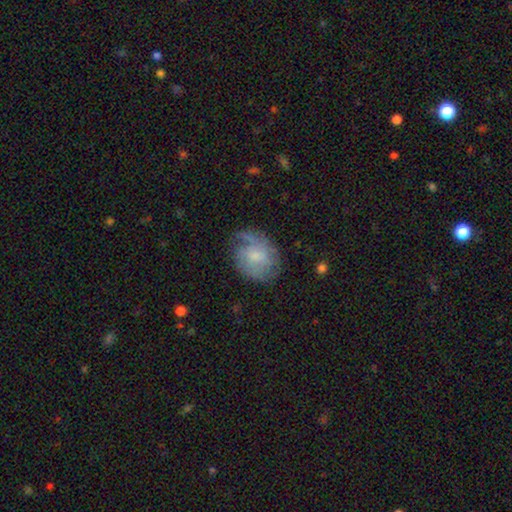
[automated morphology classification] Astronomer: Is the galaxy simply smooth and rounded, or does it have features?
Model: featured or disk — 57% (runner-up: smooth, 35%).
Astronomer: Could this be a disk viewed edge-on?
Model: no — 97%.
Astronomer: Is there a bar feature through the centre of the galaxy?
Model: no — 61%.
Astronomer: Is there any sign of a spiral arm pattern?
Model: yes — 82%.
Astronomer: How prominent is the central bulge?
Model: small — 41% (runner-up: moderate, 38%).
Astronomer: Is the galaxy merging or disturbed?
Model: none — 57%.